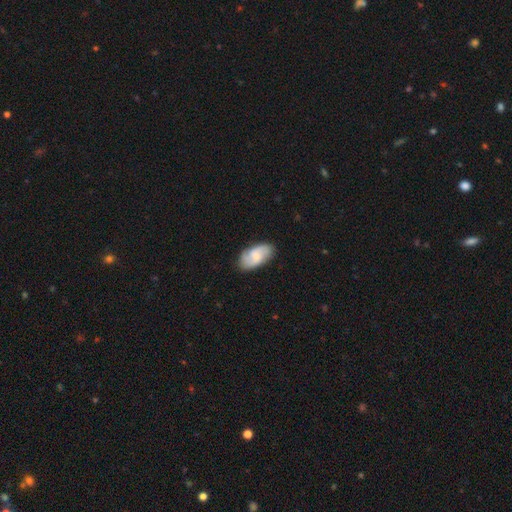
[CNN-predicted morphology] A featured or disk galaxy (51%). Merging: none (79%).